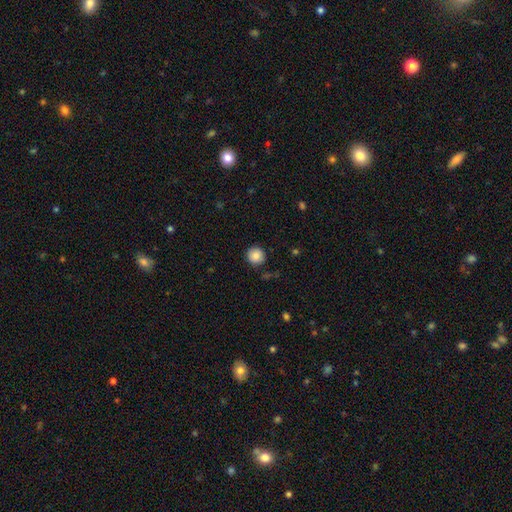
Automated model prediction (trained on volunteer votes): A smooth galaxy with no disk features (86%) that is round (94%). Merging: none (89%).